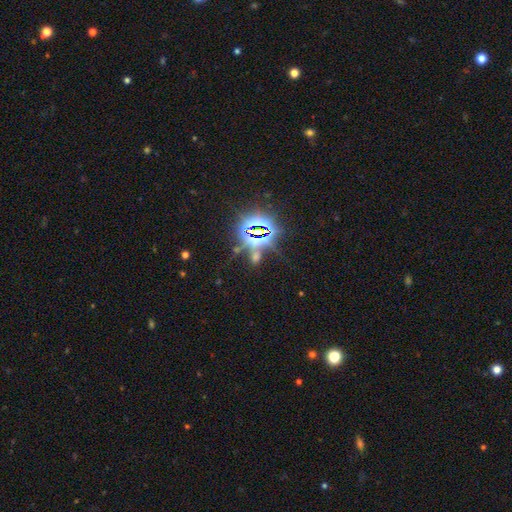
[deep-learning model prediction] This appears to be a star or artifact, not a galaxy (73%).